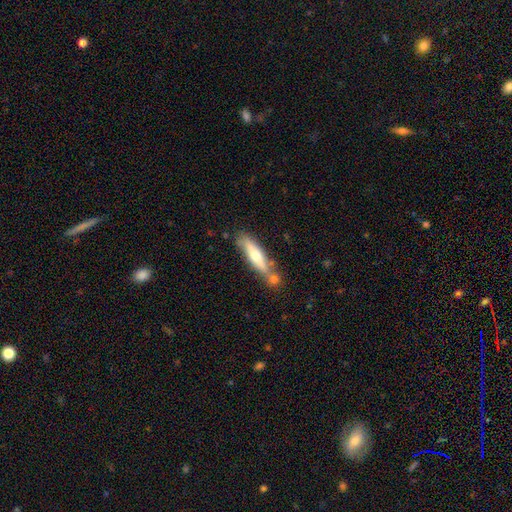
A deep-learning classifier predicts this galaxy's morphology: smooth_or_featured: smooth (p=0.52) [alt: featured or disk p=0.42]
how_rounded: cigar-shaped (p=0.77) [alt: in between p=0.21]
merging: none (p=0.61) [alt: merger p=0.19]